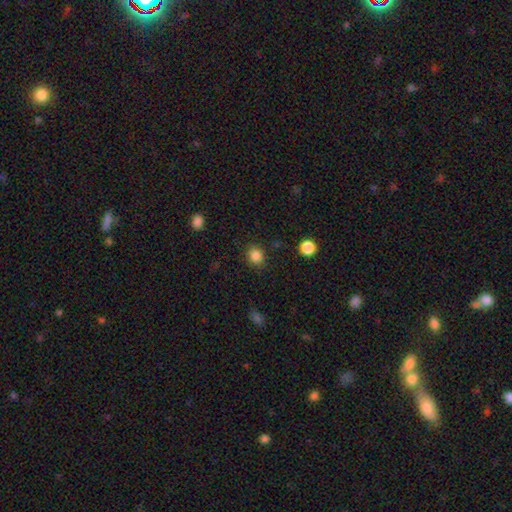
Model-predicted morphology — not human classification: smooth-or-featured: smooth: 85% | star or artifact: 11% | featured or disk: 3%
  how-rounded: round: 80% | in between: 19% | cigar-shaped: 1%
  merging: none: 86% | minor disturbance: 9% | major disturbance: 3% | merger: 2%